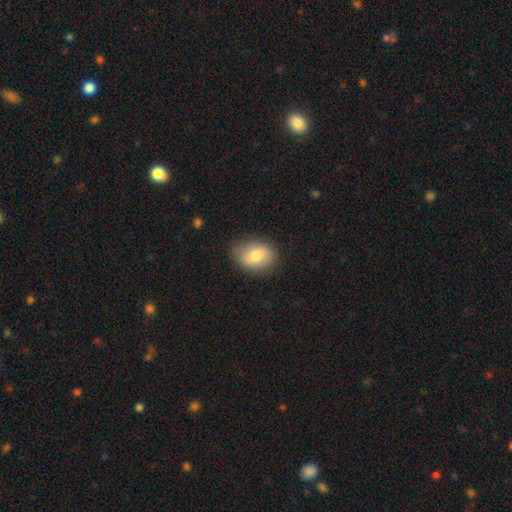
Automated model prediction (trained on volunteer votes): The model was most divided on "how rounded": in between: 71%, round: 28%, cigar-shaped: 1%. More confident: merging — none (78%); smooth or featured — smooth (77%).